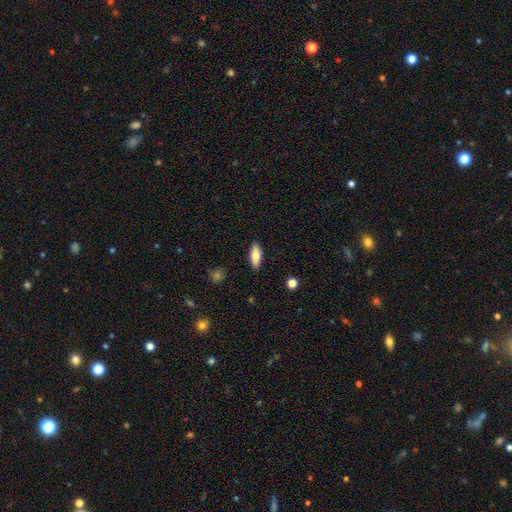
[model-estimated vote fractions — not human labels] smooth_or_featured: smooth (p=0.78) [alt: featured or disk p=0.16]
how_rounded: in between (p=0.69) [alt: cigar-shaped p=0.28]
merging: none (p=0.89) [alt: minor disturbance p=0.08]